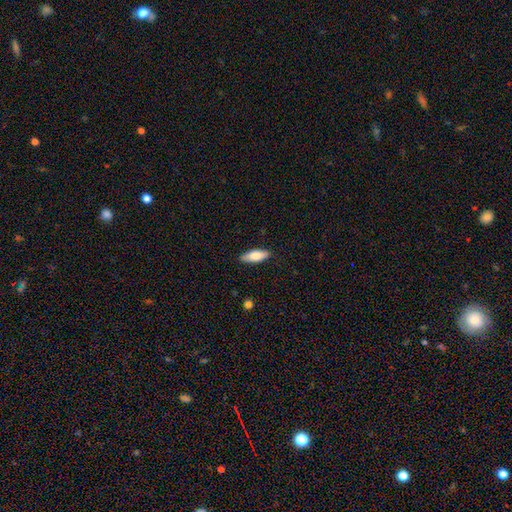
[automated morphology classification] A smooth galaxy with no disk features (78%) that is in between round and cigar-shaped (69%).

Vote fractions:
- Smooth or featured? smooth: 78% / featured or disk: 16% / star or artifact: 6%
- How rounded? in between: 69% / cigar-shaped: 29% / round: 2%
- Merging? none: 87% / minor disturbance: 10% / major disturbance: 2% / merger: 1%